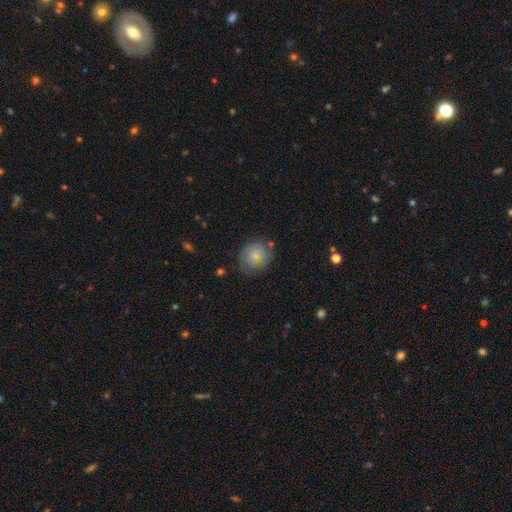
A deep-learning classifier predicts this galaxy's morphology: smooth 75%, featured or disk 17%, star or artifact 8%. Down the decision tree: how rounded — round (73%); merging — none (69%).